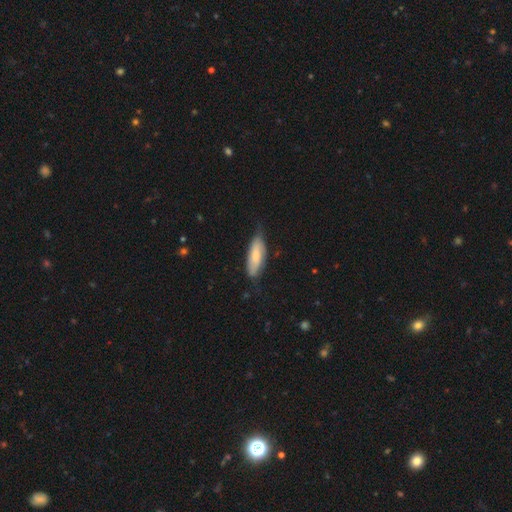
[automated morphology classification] A smooth galaxy with no disk features (68%) that is in between round and cigar-shaped (66%).

Vote fractions:
- Smooth or featured? smooth: 68% / featured or disk: 26% / star or artifact: 6%
- How rounded? in between: 66% / cigar-shaped: 32% / round: 2%
- Merging? none: 65% / minor disturbance: 28% / major disturbance: 5% / merger: 1%